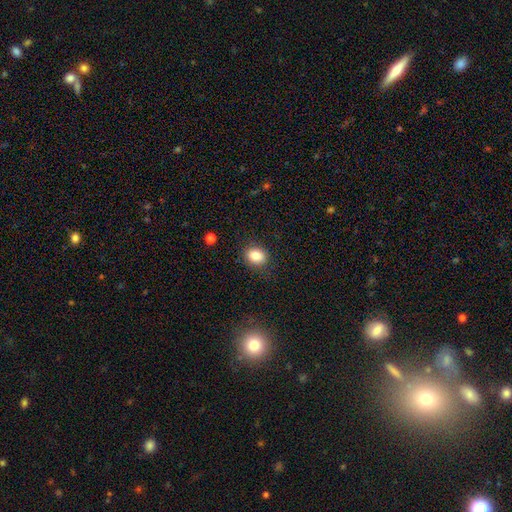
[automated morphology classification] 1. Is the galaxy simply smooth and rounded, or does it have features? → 82% smooth, 10% star or artifact, 8% featured or disk.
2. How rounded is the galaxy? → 52% round, 47% in between, 1% cigar-shaped.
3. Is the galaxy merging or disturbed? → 85% none, 11% minor disturbance, 3% major disturbance, 1% merger.